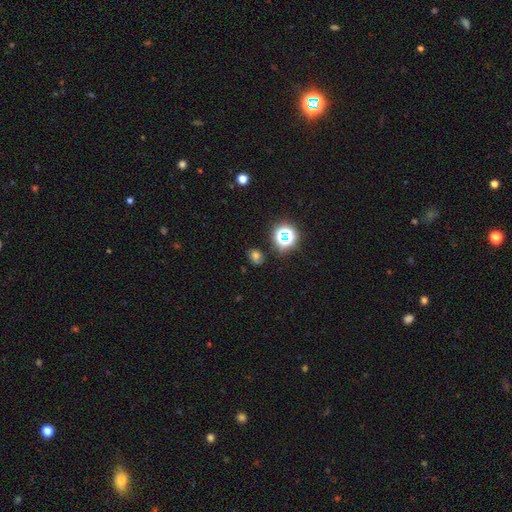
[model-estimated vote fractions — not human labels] smooth-or-featured: smooth: 66% | star or artifact: 25% | featured or disk: 9%
  how-rounded: in between: 53% | round: 46% | cigar-shaped: 1%
  merging: none: 79% | minor disturbance: 14% | major disturbance: 4% | merger: 3%